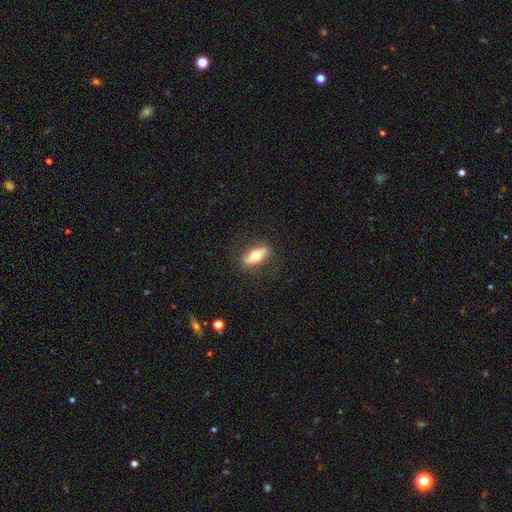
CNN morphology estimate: smooth-or-featured: smooth: 56% | featured or disk: 37% | star or artifact: 6%
  how-rounded: in between: 62% | cigar-shaped: 33% | round: 5%
  merging: none: 84% | minor disturbance: 11% | major disturbance: 4% | merger: 1%